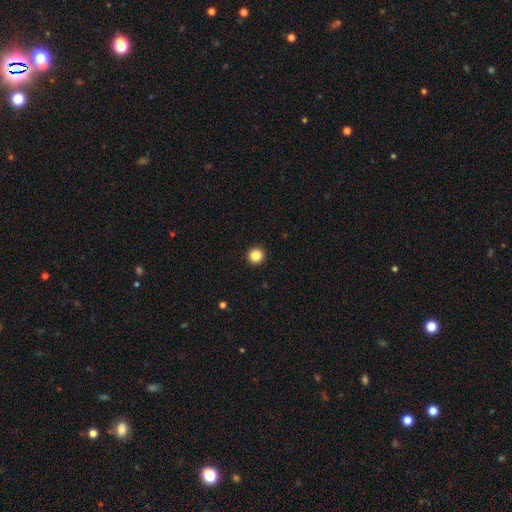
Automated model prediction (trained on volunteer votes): Q: Smooth or featured?
A: smooth (85%); runner-up: star or artifact (11%)
Q: How rounded?
A: round (96%); runner-up: in between (3%)
Q: Merging?
A: none (94%); runner-up: minor disturbance (4%)